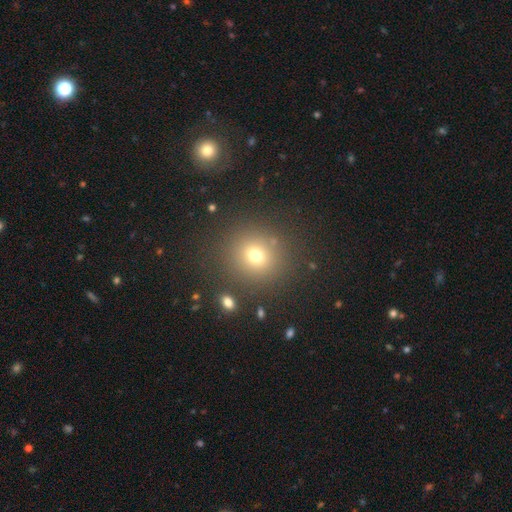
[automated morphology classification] This appears to be a smooth galaxy with no disk features (70%) that is round (86%). Merging: none (84%).